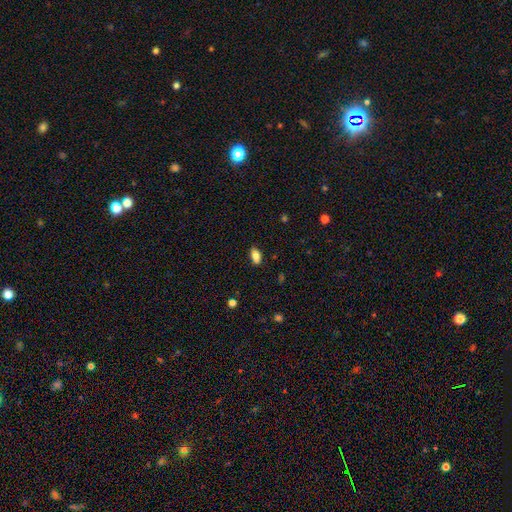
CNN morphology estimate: smooth-or-featured: smooth: 81% | featured or disk: 10% | star or artifact: 9%
  how-rounded: in between: 87% | cigar-shaped: 9% | round: 4%
  merging: none: 78% | minor disturbance: 14% | merger: 5% | major disturbance: 3%